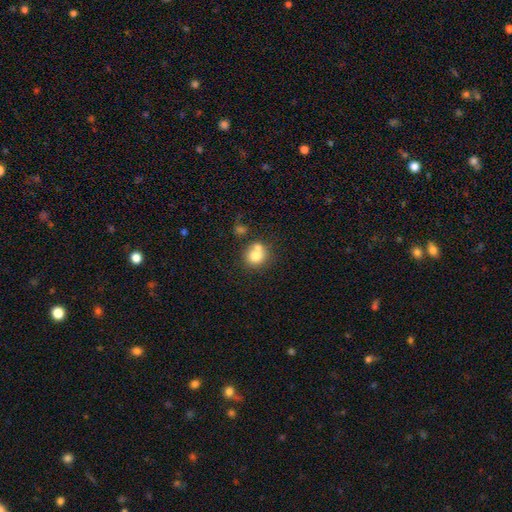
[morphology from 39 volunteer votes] This is likely a smooth galaxy (67%). How rounded: clearly round (88%). Merging: possibly merger (54%).